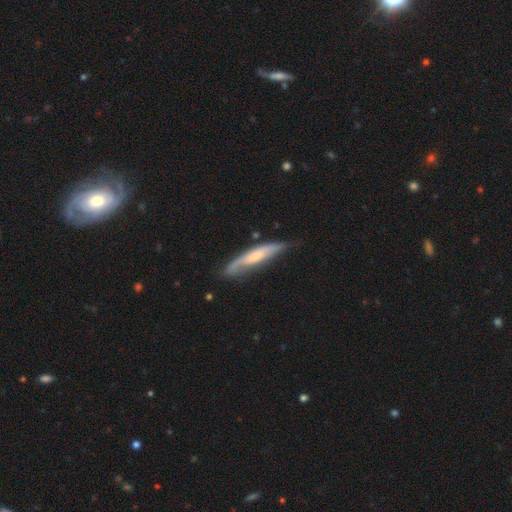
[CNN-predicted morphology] Smooth or featured: featured or disk — 52% (smooth — 42%)
Edge-on disk: yes — 64% (no — 36%)
Merging: none — 57% (minor disturbance — 31%)